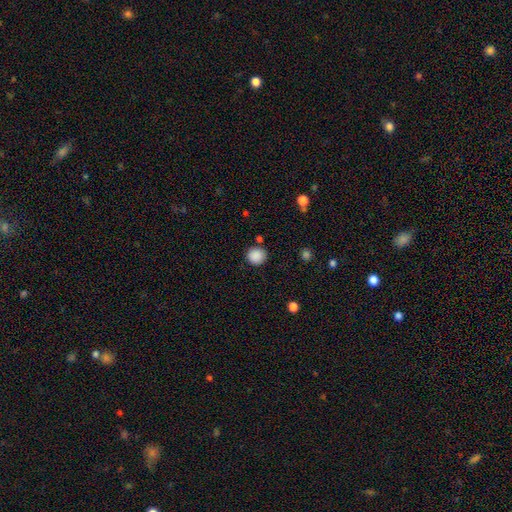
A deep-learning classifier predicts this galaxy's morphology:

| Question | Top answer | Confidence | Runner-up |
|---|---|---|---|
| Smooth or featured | smooth | 88% | star or artifact (9%) |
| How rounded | round | 91% | in between (8%) |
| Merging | none | 85% | minor disturbance (9%) |